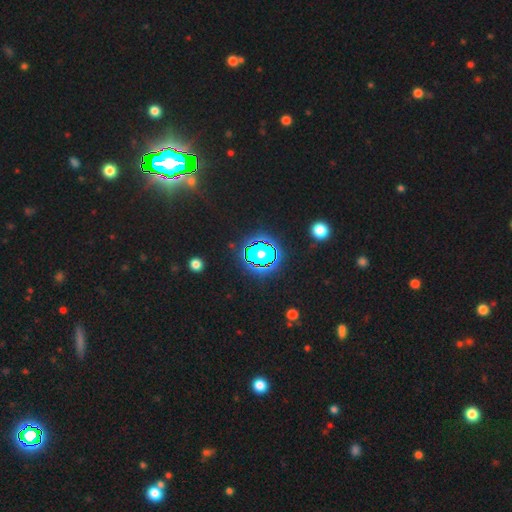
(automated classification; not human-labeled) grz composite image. It shows a star or artifact, not a galaxy (83%).